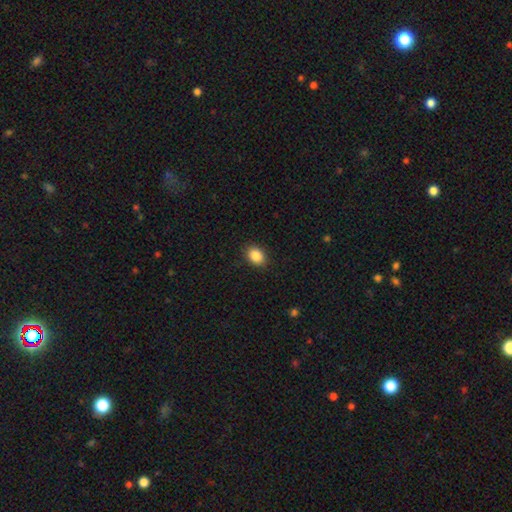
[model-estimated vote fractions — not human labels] smooth 87%, star or artifact 8%, featured or disk 4%. Down the decision tree: how rounded — in between (72%); merging — none (89%).